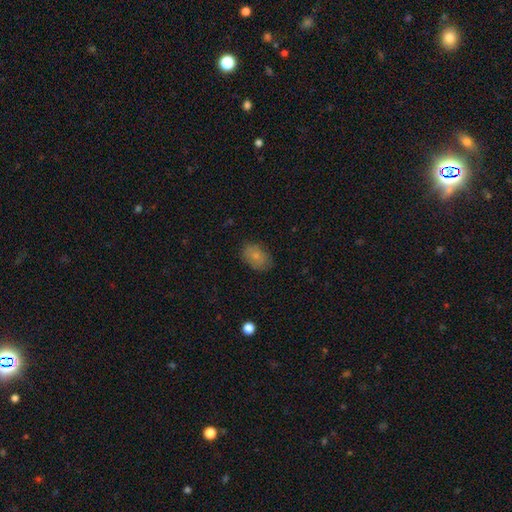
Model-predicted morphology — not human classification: Smooth or featured? Predicted: smooth (p=0.79). How rounded? Predicted: in between (p=0.81). Merging? Predicted: none (p=0.80).